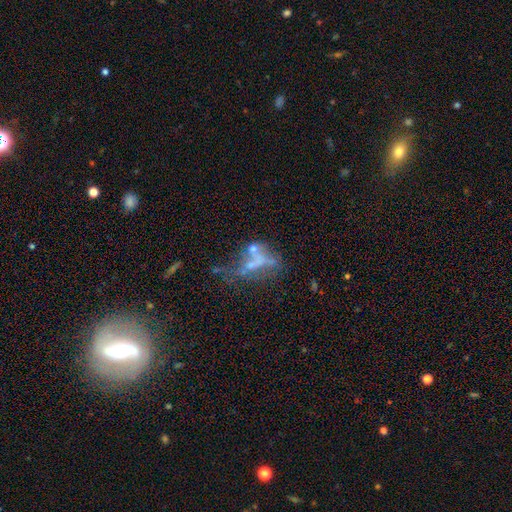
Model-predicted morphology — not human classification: Overall: featured or disk (53%; smooth 29%). Edge-on disk: no (95%). Merging: major disturbance (32%, tied with merger).